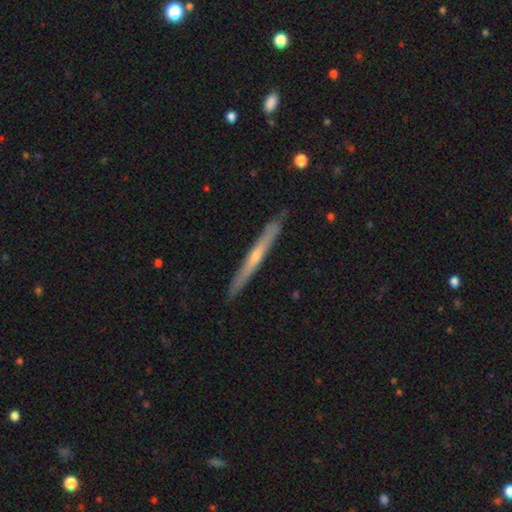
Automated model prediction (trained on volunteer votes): This is likely a featured or disk galaxy (61%). It is clearly viewed edge-on (96%). Edge-on bulge: possibly rounded (59%). Merging: clearly none (87%).